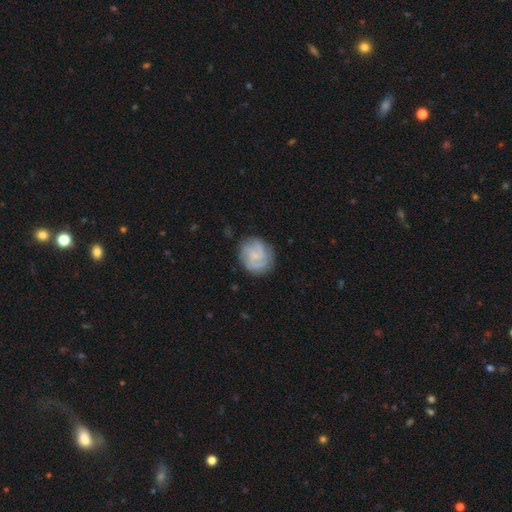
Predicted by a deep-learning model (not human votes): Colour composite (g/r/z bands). It shows a featured or disk galaxy (61%) with no bar (67%), tight (52%) spiral arms (90%) and a small central bulge (57%). Merging: none (78%).